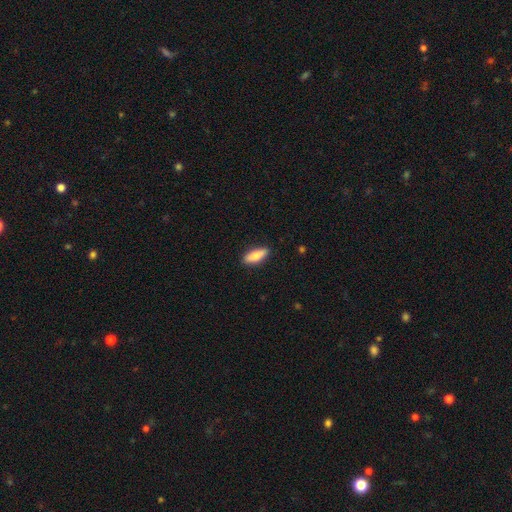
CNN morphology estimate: This is clearly a smooth galaxy (80%). How rounded: likely in between (65%). Merging: clearly none (88%).